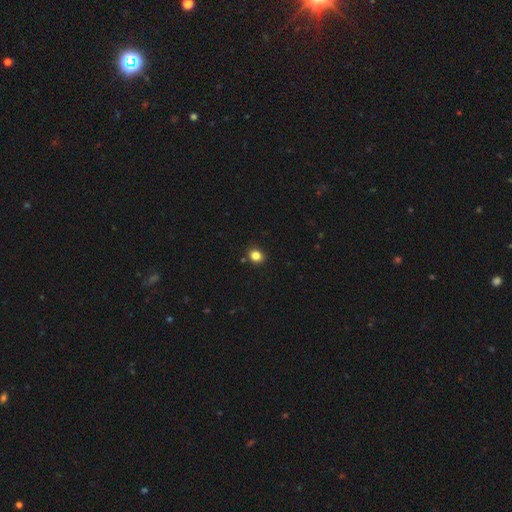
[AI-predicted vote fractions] smooth_or_featured: smooth (p=0.83) [alt: star or artifact p=0.12]
how_rounded: round (p=0.76) [alt: in between p=0.23]
merging: none (p=0.89) [alt: minor disturbance p=0.07]